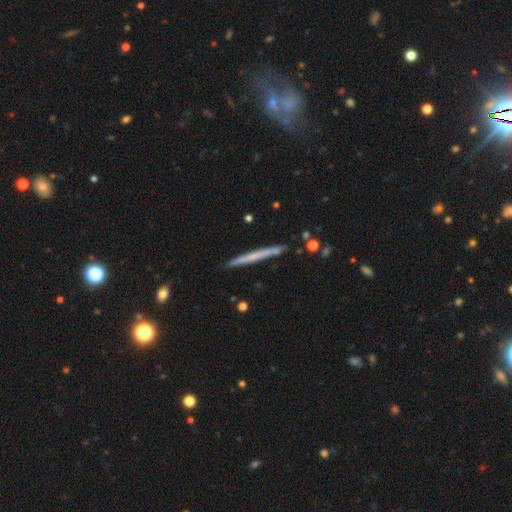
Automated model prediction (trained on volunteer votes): Smooth or featured? smooth (49%)
Merging? none (90%)